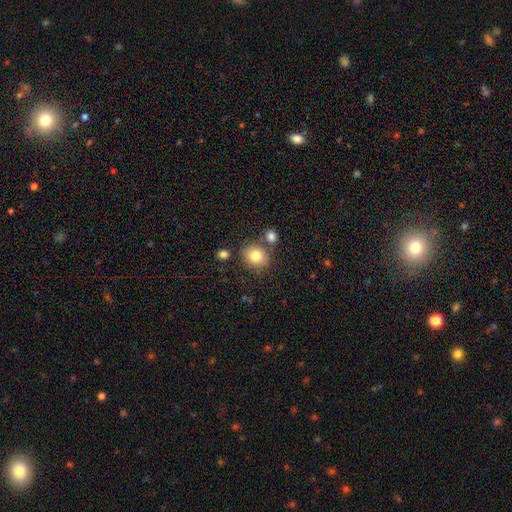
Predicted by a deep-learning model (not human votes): Smooth or featured?
  - smooth: 82% *
  - star or artifact: 10%
  - featured or disk: 8%
How rounded?
  - round: 73% *
  - in between: 27%
  - cigar-shaped: 1%
Merging?
  - none: 74% *
  - merger: 12%
  - minor disturbance: 11%
  - major disturbance: 3%